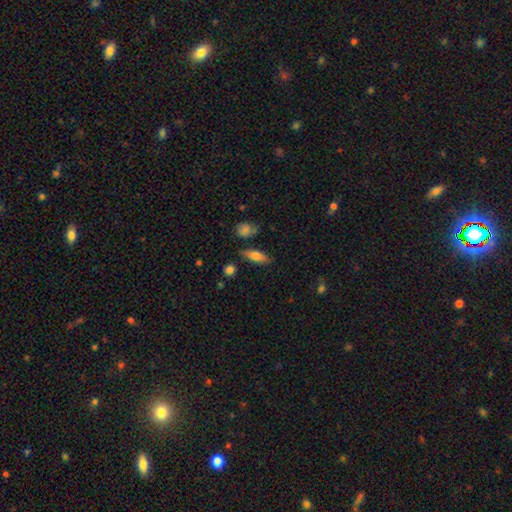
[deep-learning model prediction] A smooth galaxy with no disk features (75%) that is in between round and cigar-shaped (68%).

Vote fractions:
- Smooth or featured? smooth: 75% / featured or disk: 17% / star or artifact: 8%
- How rounded? in between: 68% / cigar-shaped: 28% / round: 4%
- Merging? none: 74% / minor disturbance: 16% / merger: 5% / major disturbance: 4%